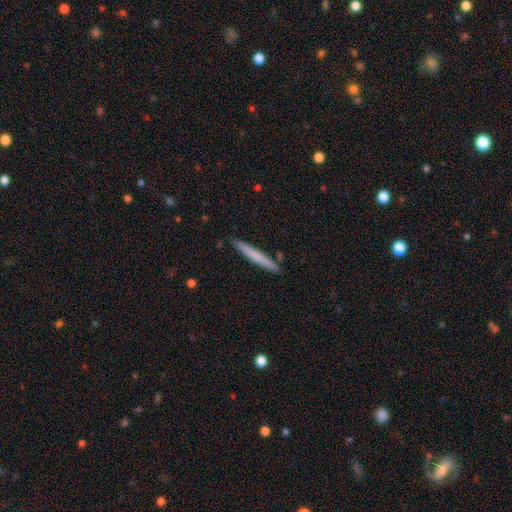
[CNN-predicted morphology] Smooth or featured? smooth (68%)
How rounded? cigar-shaped (97%)
Merging? none (89%)